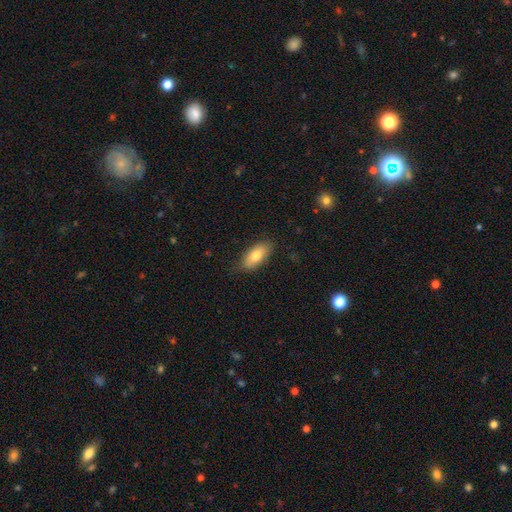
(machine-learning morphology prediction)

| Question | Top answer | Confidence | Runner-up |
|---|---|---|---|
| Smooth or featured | smooth | 77% | featured or disk (17%) |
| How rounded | in between | 84% | cigar-shaped (13%) |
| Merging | none | 81% | minor disturbance (15%) |